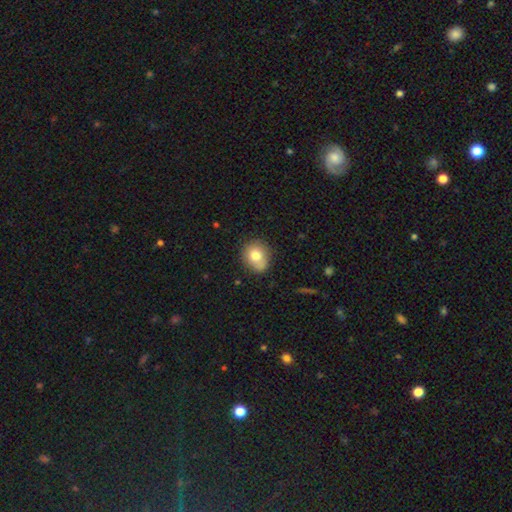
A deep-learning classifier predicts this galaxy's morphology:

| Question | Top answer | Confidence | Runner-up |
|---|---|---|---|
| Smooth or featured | smooth | 77% | featured or disk (13%) |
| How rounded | round | 68% | in between (31%) |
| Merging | none | 71% | minor disturbance (20%) |